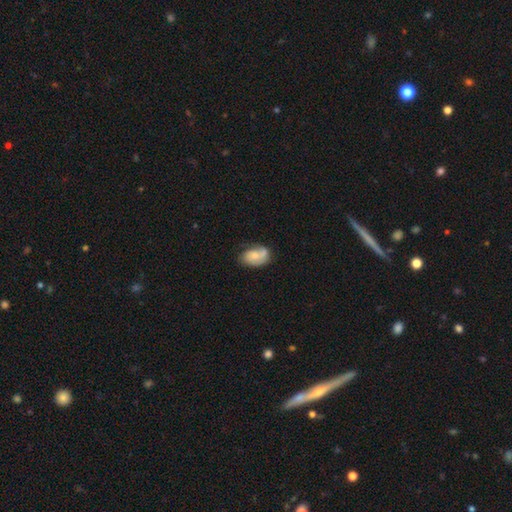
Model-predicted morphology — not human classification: This is possibly a smooth galaxy (56%). How rounded: clearly in between (87%). Merging: possibly none (48%).